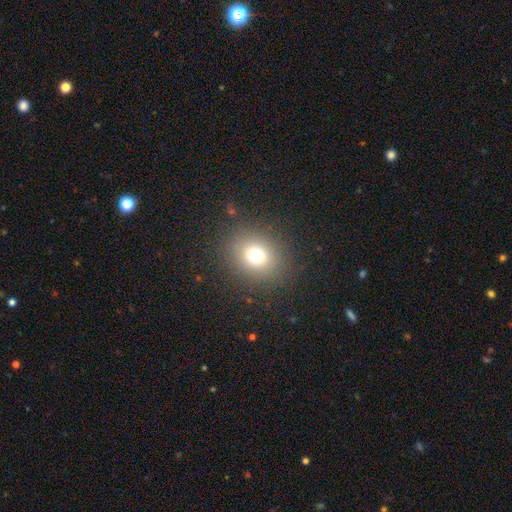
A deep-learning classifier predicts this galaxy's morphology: Smooth or featured?
  - smooth: 72% *
  - star or artifact: 18%
  - featured or disk: 10%
How rounded?
  - round: 75% *
  - in between: 24%
  - cigar-shaped: 1%
Merging?
  - none: 86% *
  - minor disturbance: 8%
  - major disturbance: 5%
  - merger: 1%